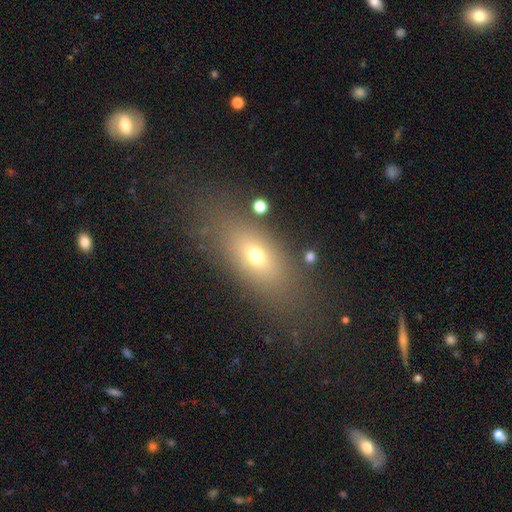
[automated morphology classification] A smooth galaxy with no disk features (64%) that is in between round and cigar-shaped (70%). Merging: none (74%).